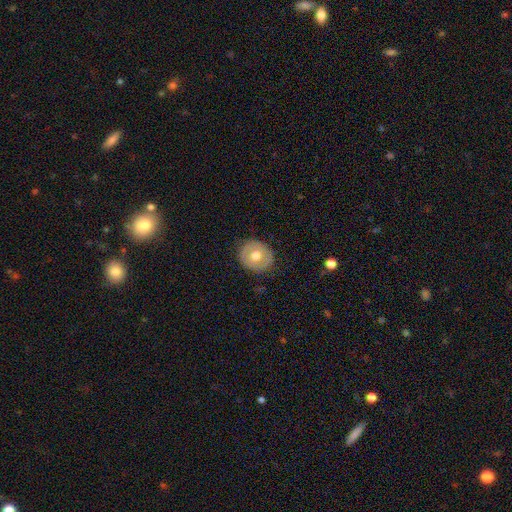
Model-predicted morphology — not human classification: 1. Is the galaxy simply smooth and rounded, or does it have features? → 57% smooth, 36% featured or disk, 7% star or artifact.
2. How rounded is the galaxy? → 86% round, 13% in between, 1% cigar-shaped.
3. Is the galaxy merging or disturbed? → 86% none, 10% minor disturbance, 3% major disturbance, 1% merger.